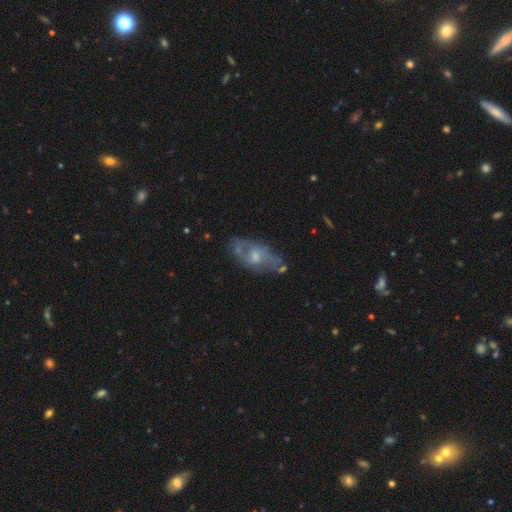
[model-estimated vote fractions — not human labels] Morphology: type=featured or disk (67%); edge-on=no (89%); bar=no (62%); spiral arms=yes (66%); bulge=moderate (47%); merging=none (65%).